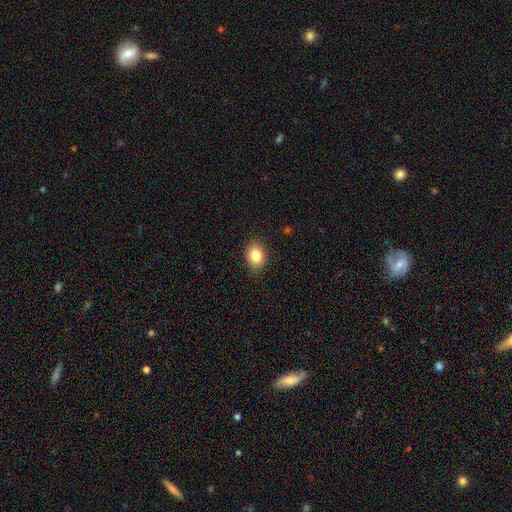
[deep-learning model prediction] Smooth or featured? Predicted: smooth (p=0.84). How rounded? Predicted: in between (p=0.72). Merging? Predicted: none (p=0.88).